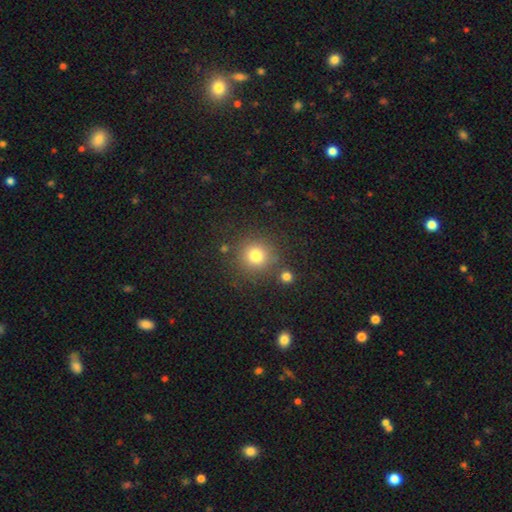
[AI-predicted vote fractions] smooth_or_featured: smooth (p=0.78) [alt: star or artifact p=0.14]
how_rounded: round (p=0.93) [alt: in between p=0.06]
merging: none (p=0.81) [alt: minor disturbance p=0.09]